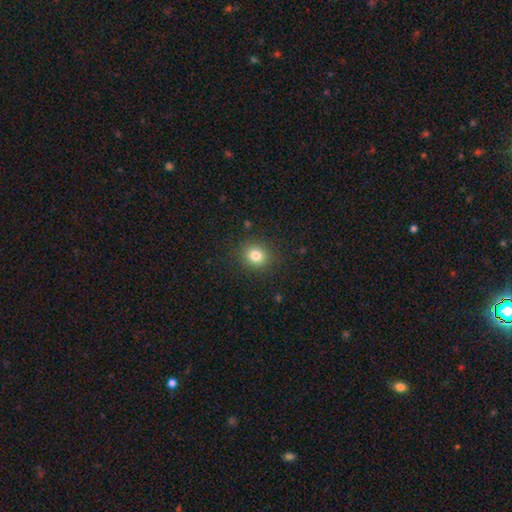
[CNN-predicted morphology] smooth_or_featured: smooth (p=0.81) [alt: star or artifact p=0.12]
how_rounded: round (p=0.78) [alt: in between p=0.21]
merging: none (p=0.88) [alt: minor disturbance p=0.08]